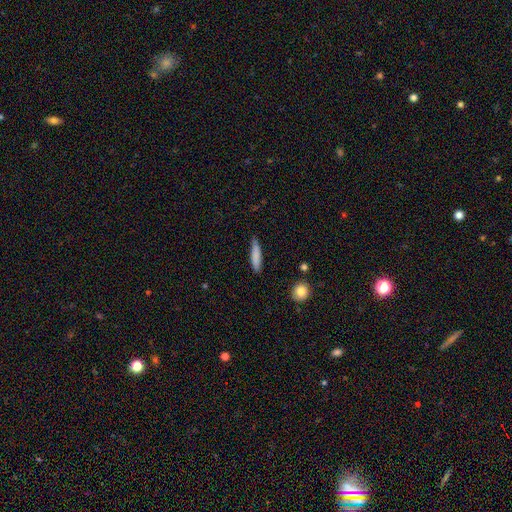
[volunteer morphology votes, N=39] Overall: smooth (85%). How rounded: cigar-shaped (82%). Merging: none (81%).